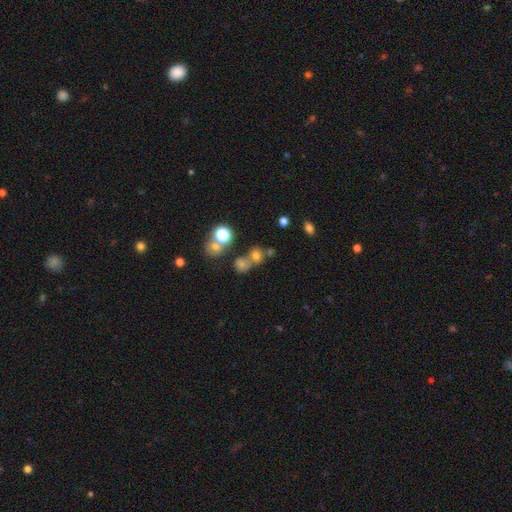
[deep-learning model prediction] Q: Smooth or featured?
A: smooth (66%); runner-up: star or artifact (23%)
Q: How rounded?
A: round (78%); runner-up: in between (21%)
Q: Merging?
A: none (47%); runner-up: merger (39%)